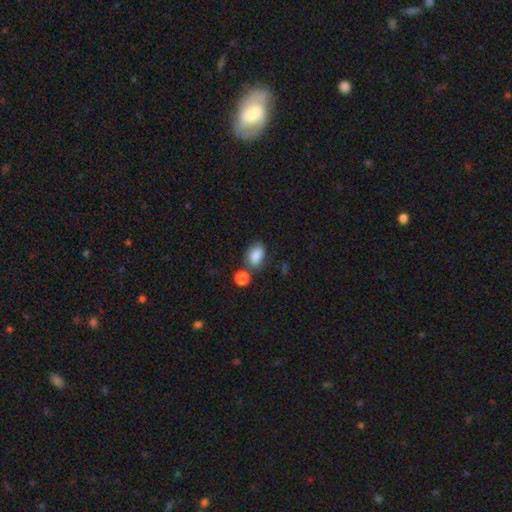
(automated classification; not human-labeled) A smooth galaxy with no disk features (85%) that is in between round and cigar-shaped (84%). Merging: none (59%).